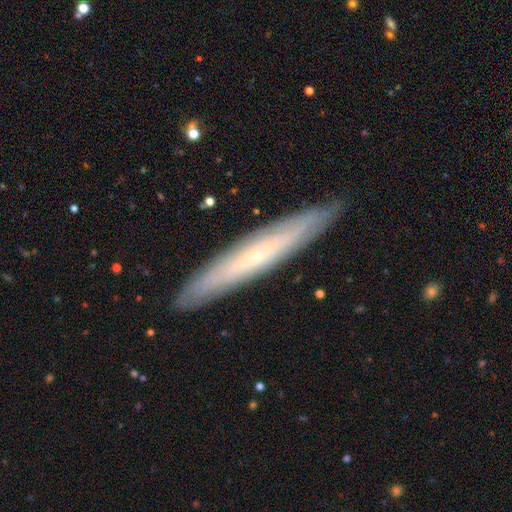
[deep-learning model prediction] Overall: featured or disk (61%; smooth 32%). Edge-on disk: yes (79%). Merging: none (89%).